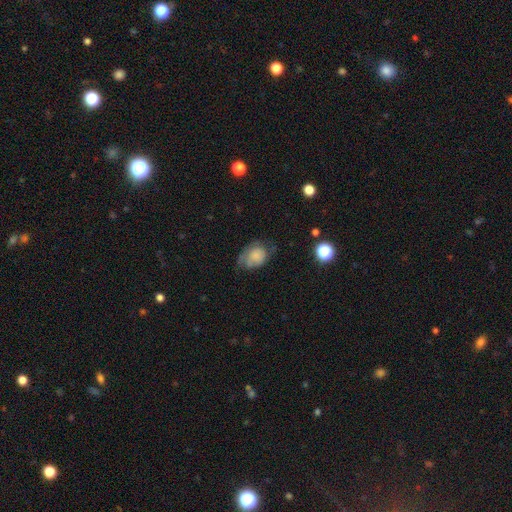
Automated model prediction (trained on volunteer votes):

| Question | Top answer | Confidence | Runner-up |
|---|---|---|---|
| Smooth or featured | smooth | 68% | featured or disk (22%) |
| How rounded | in between | 68% | round (31%) |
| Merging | none | 42% | minor disturbance (35%) |